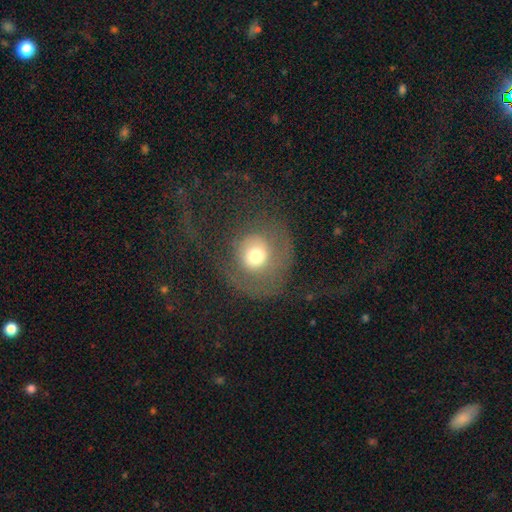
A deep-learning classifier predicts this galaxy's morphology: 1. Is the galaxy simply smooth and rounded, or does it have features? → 51% smooth, 36% featured or disk, 13% star or artifact.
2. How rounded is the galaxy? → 86% round, 13% in between, 1% cigar-shaped.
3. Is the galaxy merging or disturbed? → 44% none, 37% major disturbance, 17% minor disturbance, 2% merger.